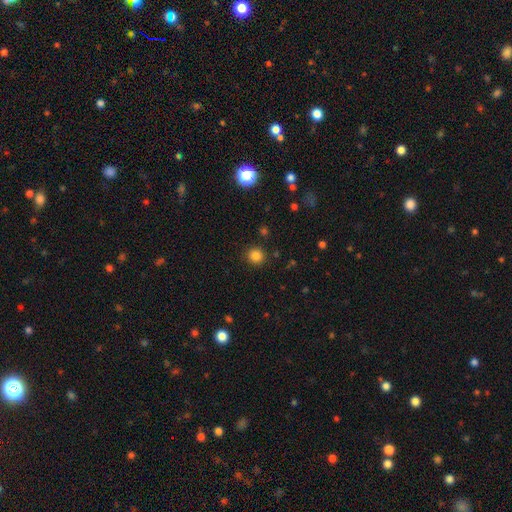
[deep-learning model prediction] Q: Smooth or featured?
A: smooth (83%); runner-up: star or artifact (13%)
Q: How rounded?
A: round (93%); runner-up: in between (6%)
Q: Merging?
A: none (90%); runner-up: minor disturbance (6%)